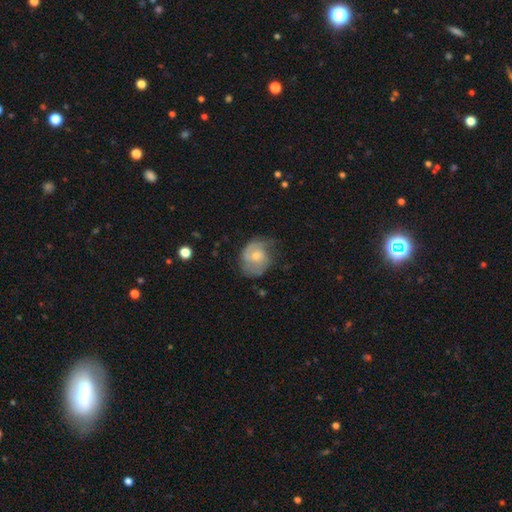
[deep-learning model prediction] Morphology: type=featured or disk (53%); edge-on=no (97%); bar=no (66%); spiral arms=yes (81%); bulge=moderate (49%); merging=none (52%).